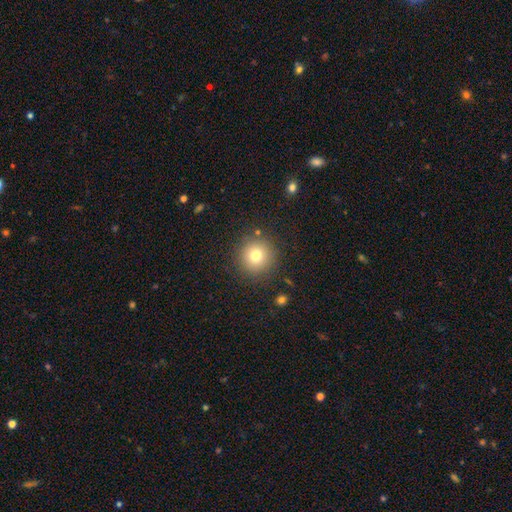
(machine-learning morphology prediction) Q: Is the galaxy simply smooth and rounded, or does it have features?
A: smooth — 76%.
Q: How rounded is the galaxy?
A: round — 95%.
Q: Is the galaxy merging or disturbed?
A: none — 88%.